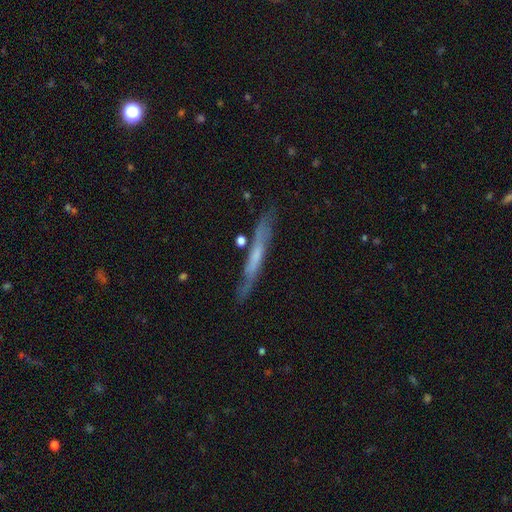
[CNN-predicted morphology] type=featured or disk (56%); edge-on=yes (84%); merging=none (75%).